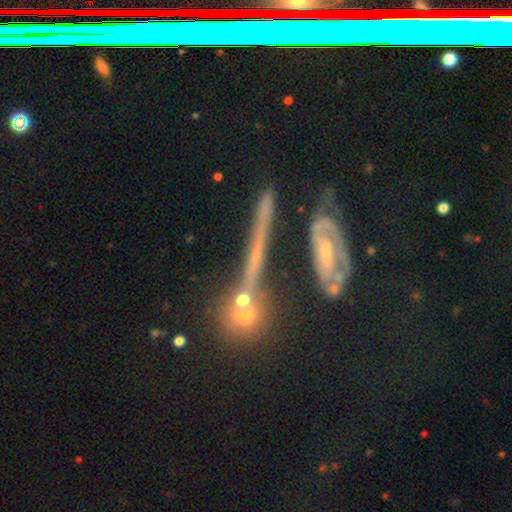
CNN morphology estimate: Smooth or featured? featured or disk (50%)
Edge-on disk? yes (59%)
Merging? none (64%)